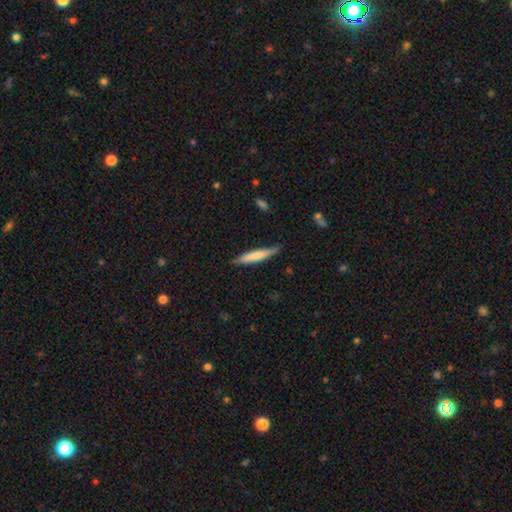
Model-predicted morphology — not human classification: Smooth or featured: smooth — 69% (featured or disk — 26%)
How rounded: cigar-shaped — 91% (in between — 8%)
Merging: none — 81% (minor disturbance — 15%)